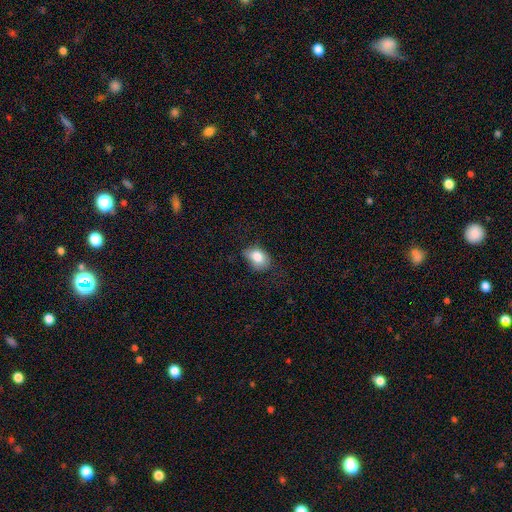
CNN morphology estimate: The model was most divided on "merging": none: 51%, minor disturbance: 35%, major disturbance: 12%, merger: 2%. More confident: smooth or featured — smooth (82%); how rounded — in between (72%).